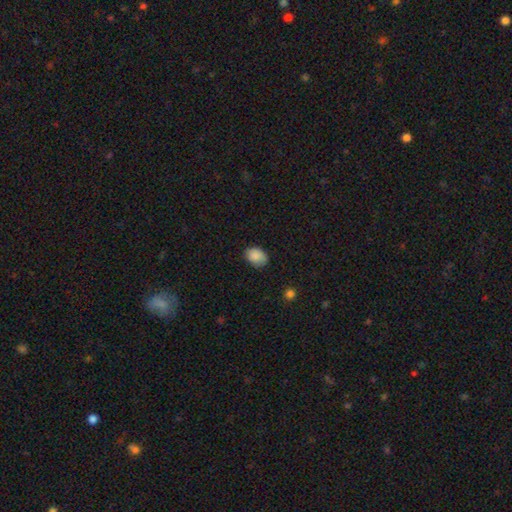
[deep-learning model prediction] smooth 87%, star or artifact 8%, featured or disk 5%. Down the decision tree: how rounded — in between (69%); merging — none (76%).